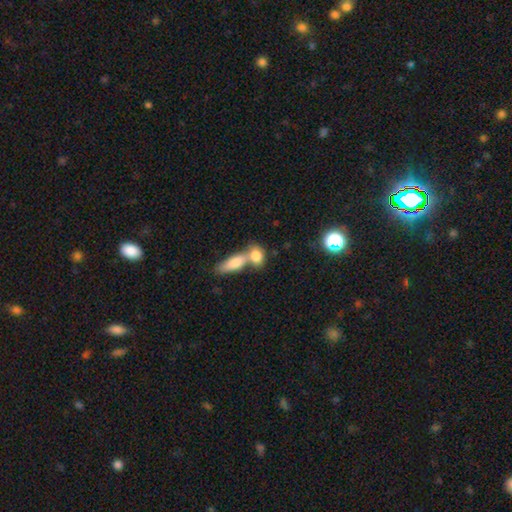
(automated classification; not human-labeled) smooth_or_featured: smooth (p=0.80) [alt: featured or disk p=0.12]
how_rounded: in between (p=0.71) [alt: round p=0.20]
merging: merger (p=0.59) [alt: none p=0.30]